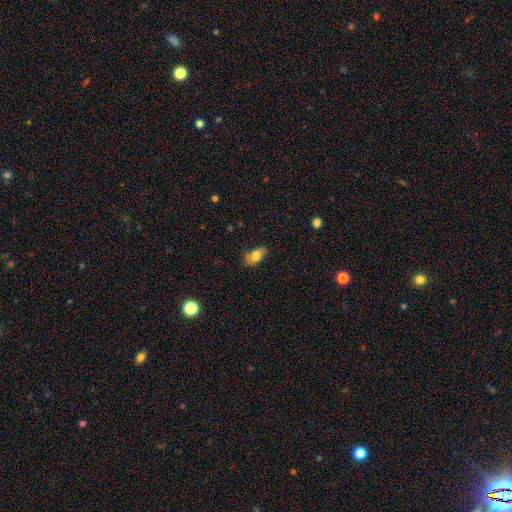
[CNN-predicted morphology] A smooth galaxy with no disk features (78%) that is in between round and cigar-shaped (90%). Merging: none (72%).